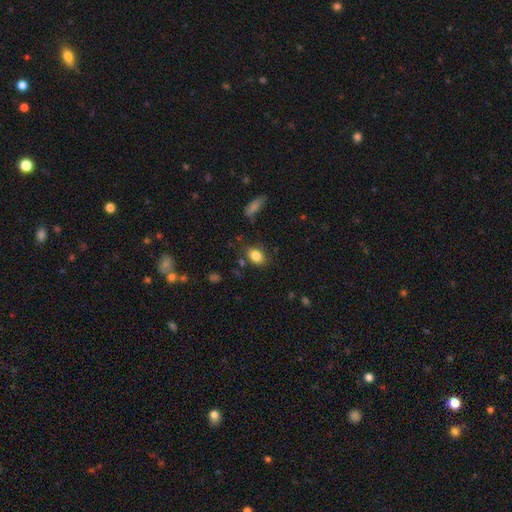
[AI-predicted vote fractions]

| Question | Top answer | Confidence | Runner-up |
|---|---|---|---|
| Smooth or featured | smooth | 83% | star or artifact (9%) |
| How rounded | in between | 81% | round (17%) |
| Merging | none | 79% | minor disturbance (14%) |